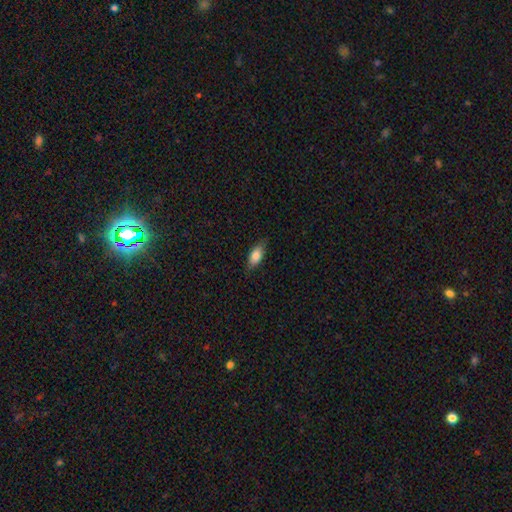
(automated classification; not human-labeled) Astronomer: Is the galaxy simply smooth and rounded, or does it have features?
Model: smooth — 80%.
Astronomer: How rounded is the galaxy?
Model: in between — 85%.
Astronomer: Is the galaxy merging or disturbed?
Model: none — 80%.